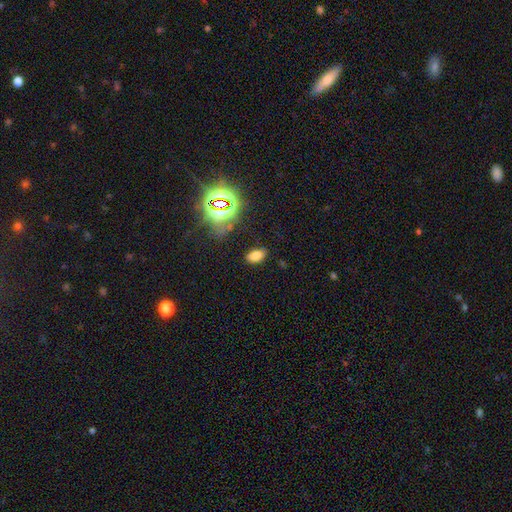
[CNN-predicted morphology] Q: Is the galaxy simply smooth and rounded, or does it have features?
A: smooth — 71%.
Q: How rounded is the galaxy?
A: in between — 91%.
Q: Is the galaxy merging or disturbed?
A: none — 83%.